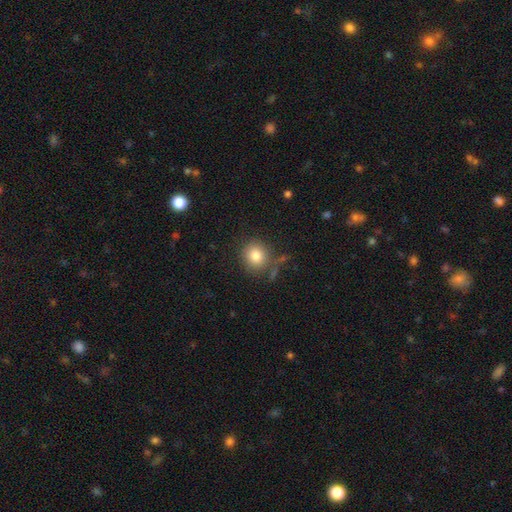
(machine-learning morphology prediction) Q: Smooth or featured?
A: smooth (81%); runner-up: star or artifact (11%)
Q: How rounded?
A: round (87%); runner-up: in between (12%)
Q: Merging?
A: none (78%); runner-up: minor disturbance (12%)